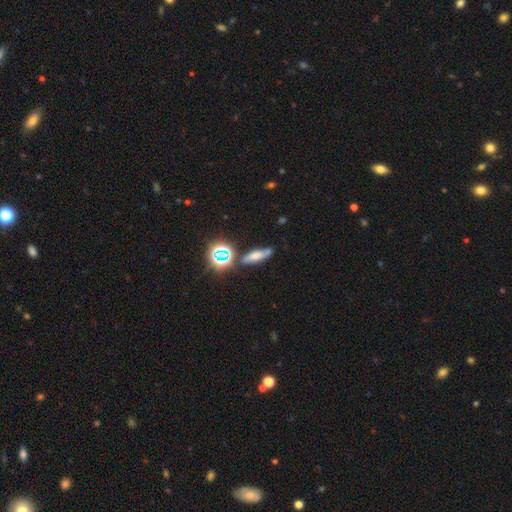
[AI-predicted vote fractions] A smooth galaxy with no disk features (55%) that is cigar-shaped (45%). Merging: none (67%).